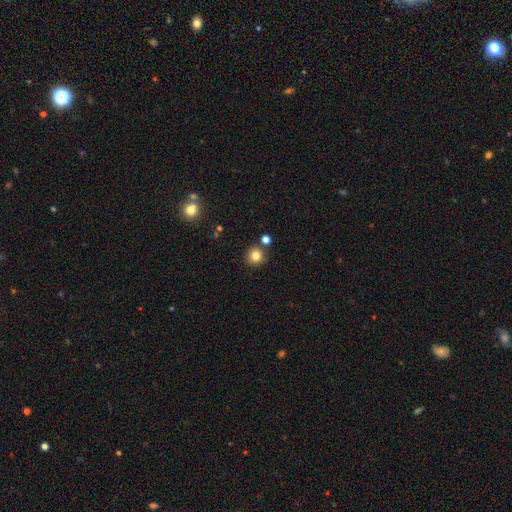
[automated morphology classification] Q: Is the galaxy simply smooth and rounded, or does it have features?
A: smooth — 81%.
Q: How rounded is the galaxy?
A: round — 92%.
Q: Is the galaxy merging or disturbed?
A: none — 84%.